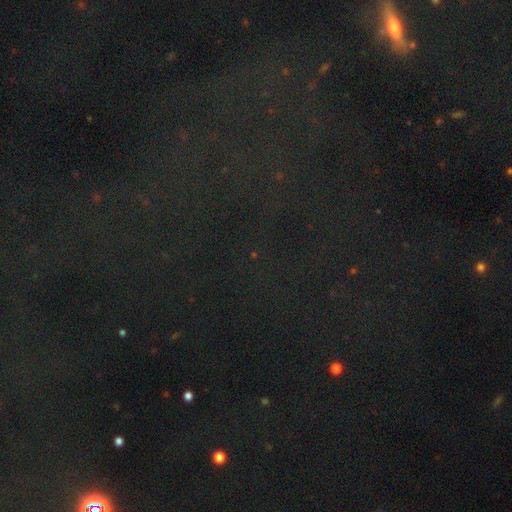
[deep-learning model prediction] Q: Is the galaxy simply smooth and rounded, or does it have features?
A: star or artifact — 79%.